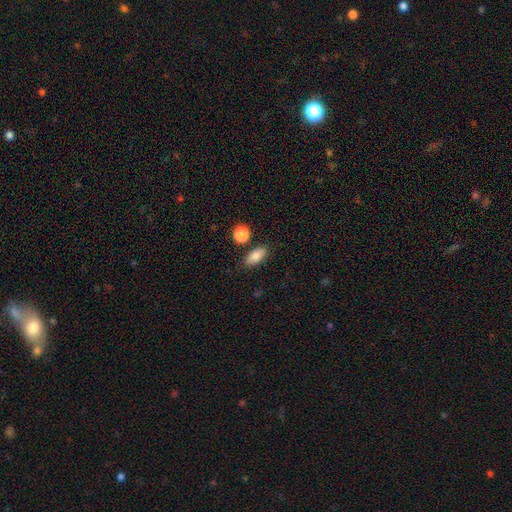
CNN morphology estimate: type=smooth (82%); roundness=in between (83%); merging=none (82%).